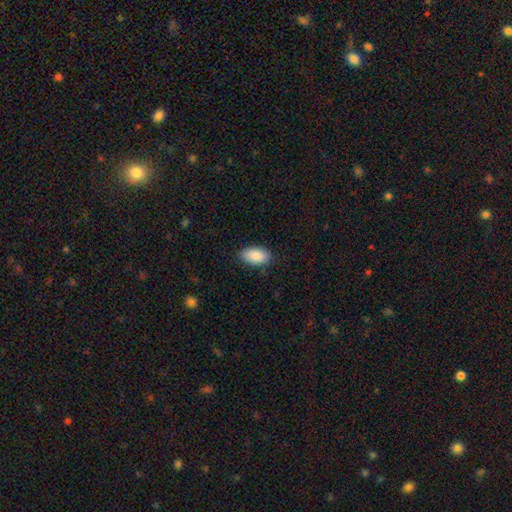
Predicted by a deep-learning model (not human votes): smooth 90%, star or artifact 6%, featured or disk 4%. Down the decision tree: how rounded — in between (94%); merging — none (83%).